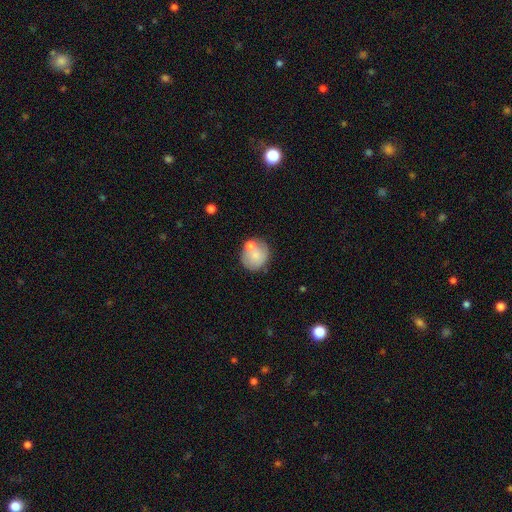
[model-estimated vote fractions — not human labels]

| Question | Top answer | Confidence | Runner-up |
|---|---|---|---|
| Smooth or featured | smooth | 72% | featured or disk (20%) |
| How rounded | round | 79% | in between (20%) |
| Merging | none | 56% | merger (22%) |